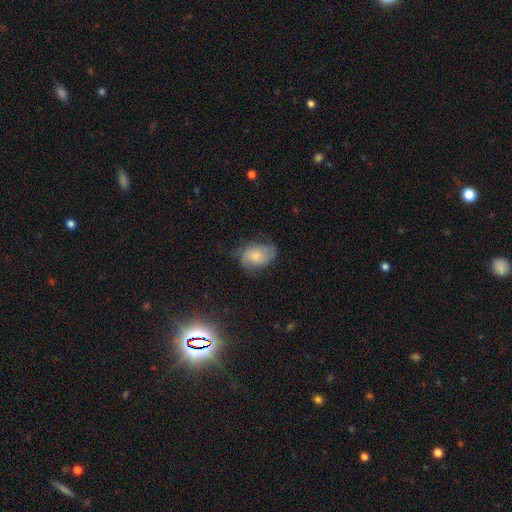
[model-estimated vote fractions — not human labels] This is possibly a smooth galaxy (47%). Merging: possibly none (54%).